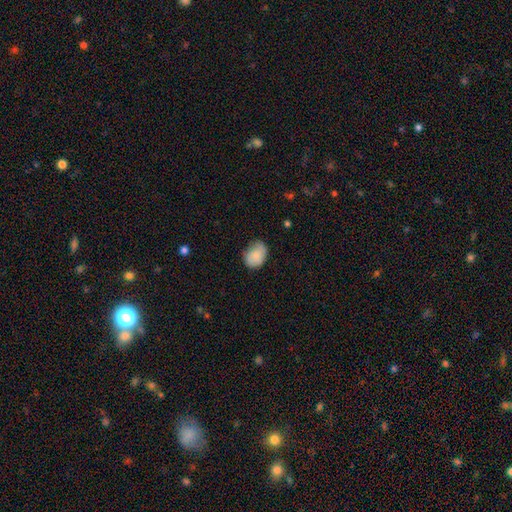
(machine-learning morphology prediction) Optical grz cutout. It shows a smooth galaxy with no disk features (83%) that is in between round and cigar-shaped (66%). Merging: none (59%).